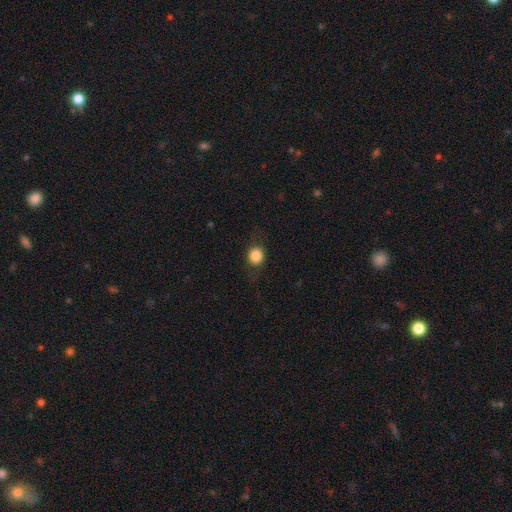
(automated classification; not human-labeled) The model was most divided on "how rounded": round: 78%, in between: 21%, cigar-shaped: 1%. More confident: smooth or featured — smooth (81%); merging — none (81%).